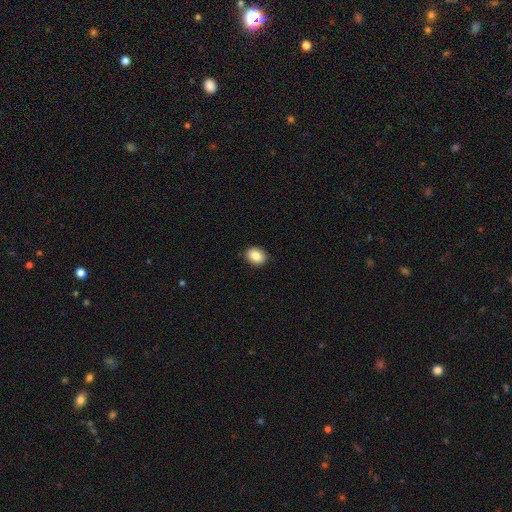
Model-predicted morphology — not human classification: A smooth galaxy with no disk features (85%) that is in between round and cigar-shaped (61%). Merging: none (89%).